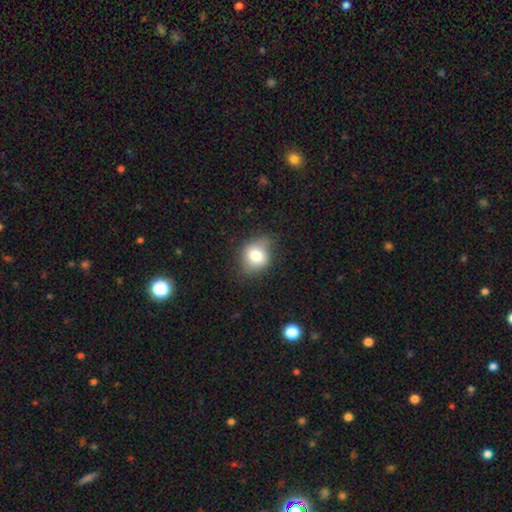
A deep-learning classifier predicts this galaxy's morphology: Smooth or featured: smooth — 78% (featured or disk — 12%)
How rounded: round — 65% (in between — 34%)
Merging: none — 62% (minor disturbance — 28%)